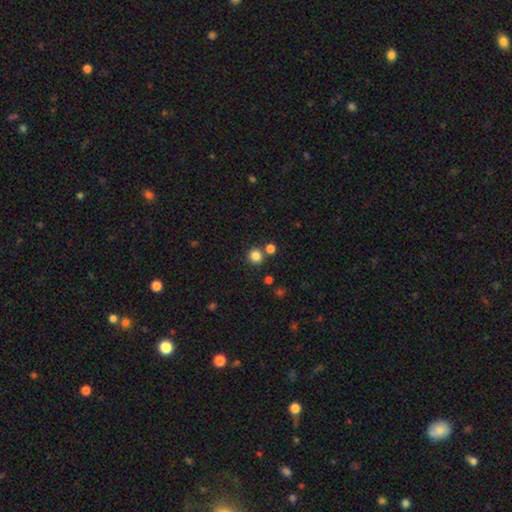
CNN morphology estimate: Smooth or featured?
  - smooth: 83% *
  - star or artifact: 12%
  - featured or disk: 4%
How rounded?
  - round: 91% *
  - in between: 8%
  - cigar-shaped: 1%
Merging?
  - none: 77% *
  - merger: 14%
  - minor disturbance: 7%
  - major disturbance: 3%